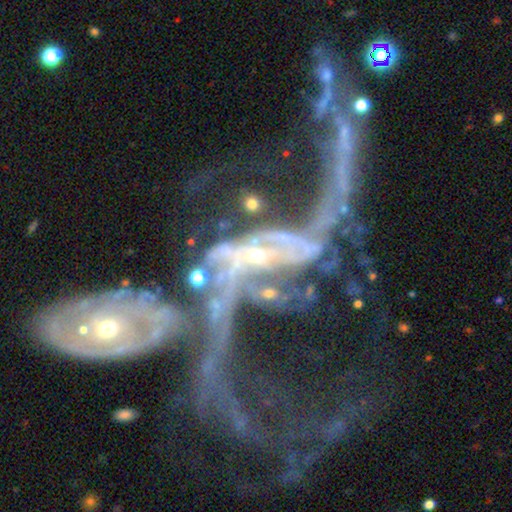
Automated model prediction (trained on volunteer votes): A featured or disk galaxy (72%) with no bar (61%), spiral arms (62%) and a small central bulge (57%).

Vote fractions:
- Smooth or featured? featured or disk: 72% / star or artifact: 18% / smooth: 10%
- Edge-on disk? no: 88% / yes: 12%
- Bar? no: 61% / weak: 22% / strong: 17%
- Spiral arms? yes: 62% / no: 38%
- Bulge size? small: 57% / moderate: 21% / none: 17% / large: 3% / dominant: 2%
- Merging? merger: 41% / major disturbance: 39% / none: 12% / minor disturbance: 8%